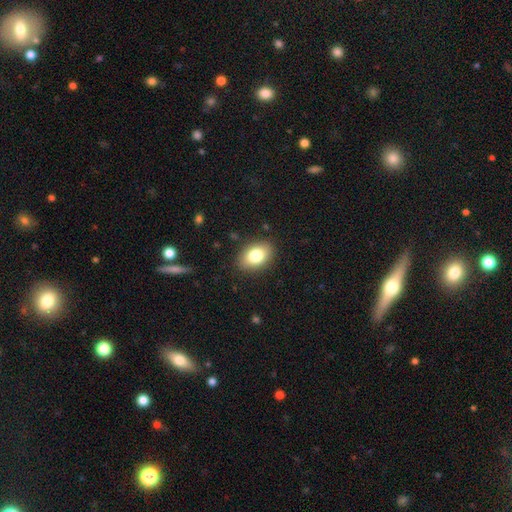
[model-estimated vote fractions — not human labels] A smooth galaxy with no disk features (80%) that is in between round and cigar-shaped (85%). Merging: none (87%).